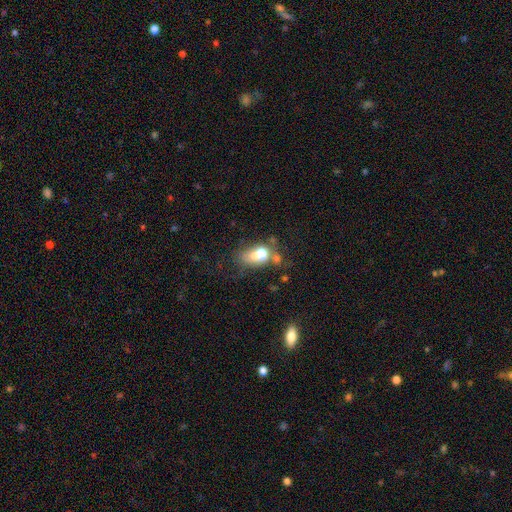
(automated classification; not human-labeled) A smooth galaxy with no disk features (62%) that is in between round and cigar-shaped (75%).

Vote fractions:
- Smooth or featured? smooth: 62% / featured or disk: 26% / star or artifact: 12%
- How rounded? in between: 75% / round: 22% / cigar-shaped: 3%
- Merging? merger: 36% / none: 27% / major disturbance: 19% / minor disturbance: 18%